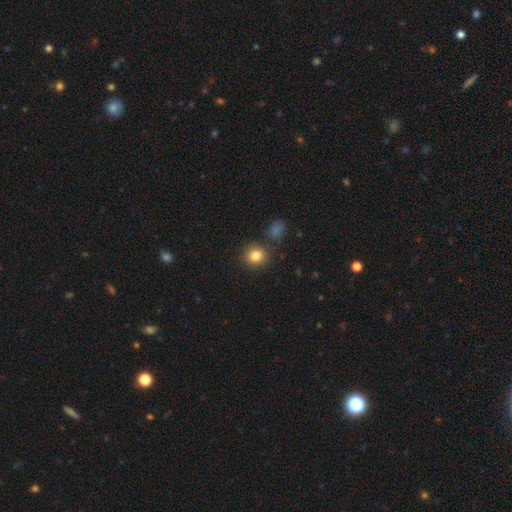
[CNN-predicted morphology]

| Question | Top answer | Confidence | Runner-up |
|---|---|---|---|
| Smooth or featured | smooth | 84% | star or artifact (10%) |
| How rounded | round | 82% | in between (17%) |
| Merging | none | 81% | minor disturbance (9%) |